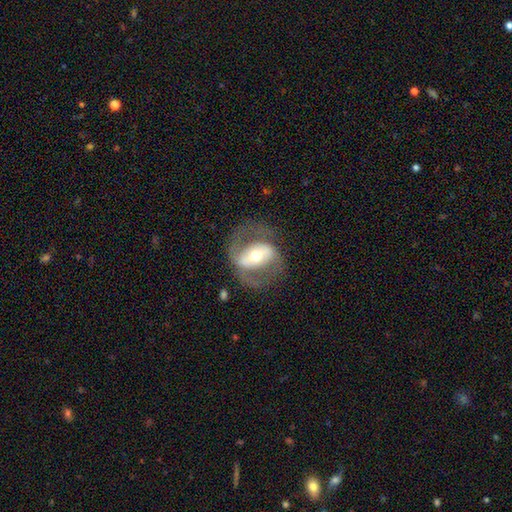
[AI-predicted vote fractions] featured or disk 77%, smooth 18%, star or artifact 6%. Down the decision tree: edge-on disk — no (94%); bar — strong (48%); spiral arms — yes (69%); bulge size — moderate (61%); merging — none (66%).